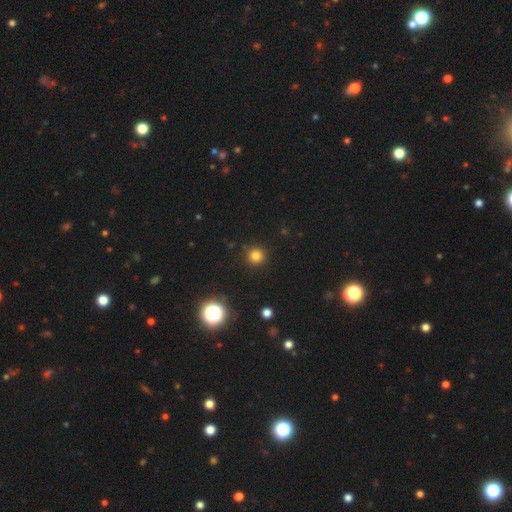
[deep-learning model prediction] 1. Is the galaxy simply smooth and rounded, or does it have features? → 79% smooth, 17% star or artifact, 5% featured or disk.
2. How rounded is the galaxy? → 95% round, 4% in between, 1% cigar-shaped.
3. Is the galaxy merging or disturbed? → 92% none, 5% minor disturbance, 2% major disturbance, 1% merger.